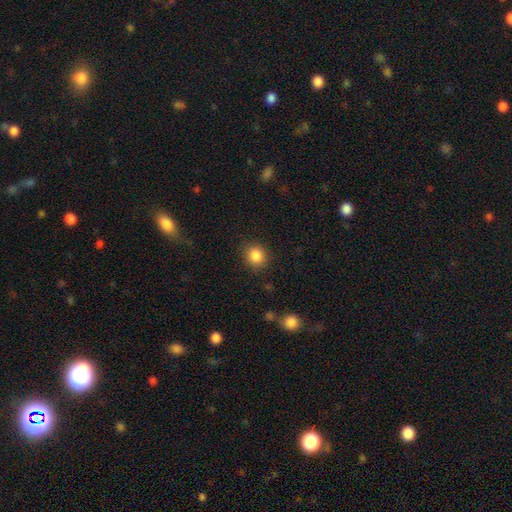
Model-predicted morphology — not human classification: This is clearly a smooth galaxy (86%). How rounded: likely round (80%). Merging: clearly none (86%).